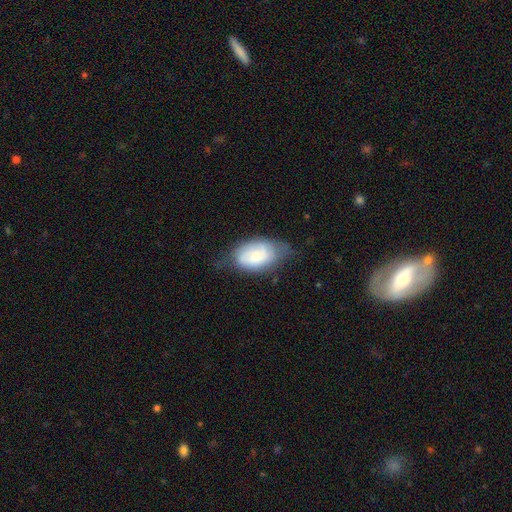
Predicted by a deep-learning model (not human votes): This appears to be a smooth galaxy with no disk features (63%) that is in between round and cigar-shaped (92%). Merging: none (48%).